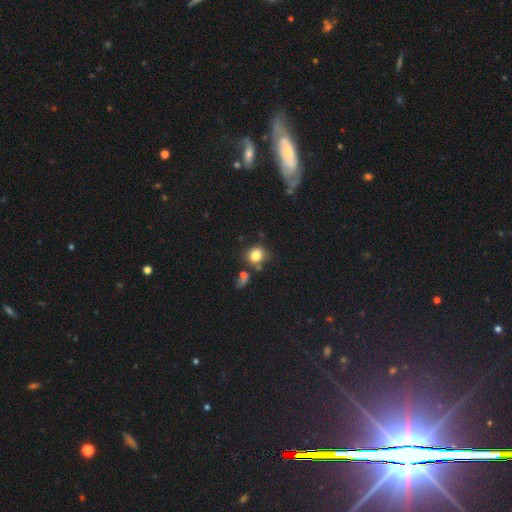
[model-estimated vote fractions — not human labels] smooth 81%, star or artifact 11%, featured or disk 8%. Down the decision tree: how rounded — round (73%); merging — none (64%).